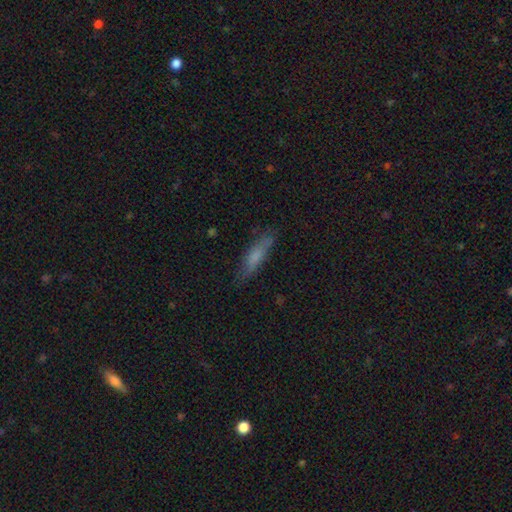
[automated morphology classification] type=smooth (65%); roundness=cigar-shaped (76%); merging=none (76%).